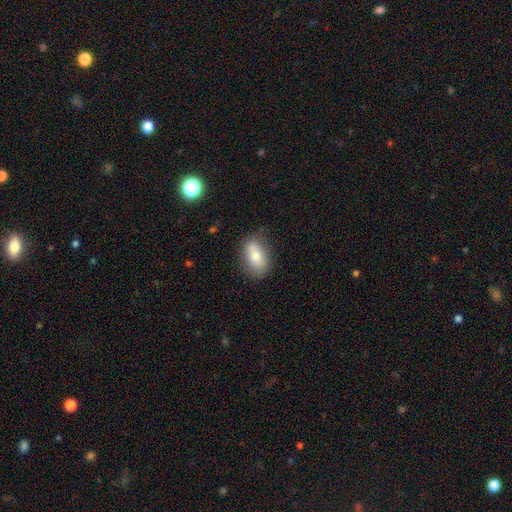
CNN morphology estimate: smooth_or_featured: smooth (p=0.73) [alt: featured or disk p=0.19]
how_rounded: in between (p=0.87) [alt: round p=0.10]
merging: none (p=0.75) [alt: minor disturbance p=0.19]